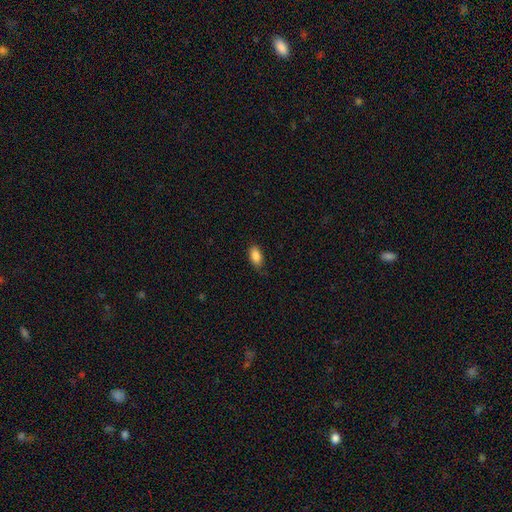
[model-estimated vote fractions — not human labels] A smooth galaxy with no disk features (88%) that is in between round and cigar-shaped (92%).

Vote fractions:
- Smooth or featured? smooth: 88% / star or artifact: 7% / featured or disk: 5%
- How rounded? in between: 92% / round: 5% / cigar-shaped: 4%
- Merging? none: 77% / minor disturbance: 19% / major disturbance: 4% / merger: 1%